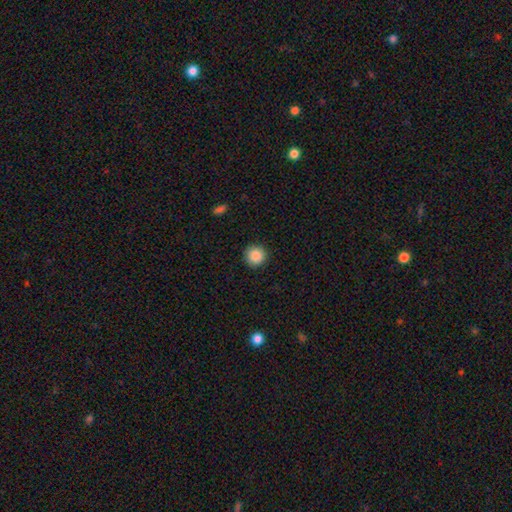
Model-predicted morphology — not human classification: smooth-or-featured: smooth: 87% | star or artifact: 9% | featured or disk: 4%
  how-rounded: round: 95% | in between: 4% | cigar-shaped: 1%
  merging: none: 92% | minor disturbance: 5% | major disturbance: 2% | merger: 1%